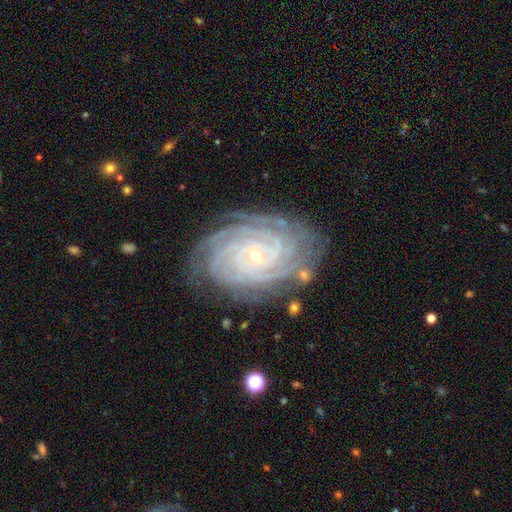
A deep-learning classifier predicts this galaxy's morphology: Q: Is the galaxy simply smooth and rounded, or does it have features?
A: featured or disk — 92%.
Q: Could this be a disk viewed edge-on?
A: no — 97%.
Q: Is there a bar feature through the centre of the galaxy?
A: no — 69%.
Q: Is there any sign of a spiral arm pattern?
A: yes — 99%.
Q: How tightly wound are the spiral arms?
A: tight — 88%.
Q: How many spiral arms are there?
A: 4 — 30%.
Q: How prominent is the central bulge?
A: small — 80%.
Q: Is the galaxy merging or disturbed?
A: none — 80%.